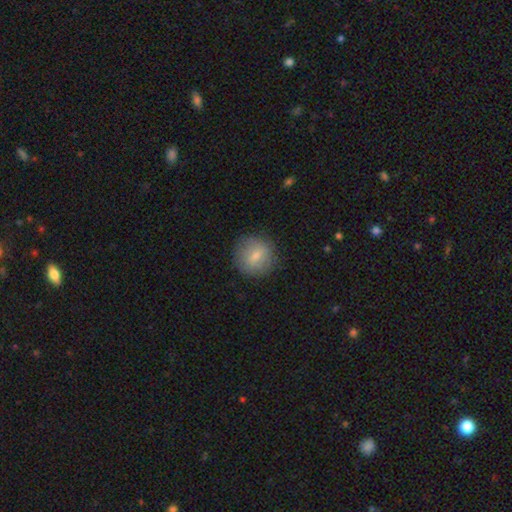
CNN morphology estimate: smooth-or-featured: smooth: 71% | featured or disk: 21% | star or artifact: 8%
  how-rounded: round: 89% | in between: 10% | cigar-shaped: 1%
  merging: none: 85% | minor disturbance: 10% | major disturbance: 4% | merger: 1%